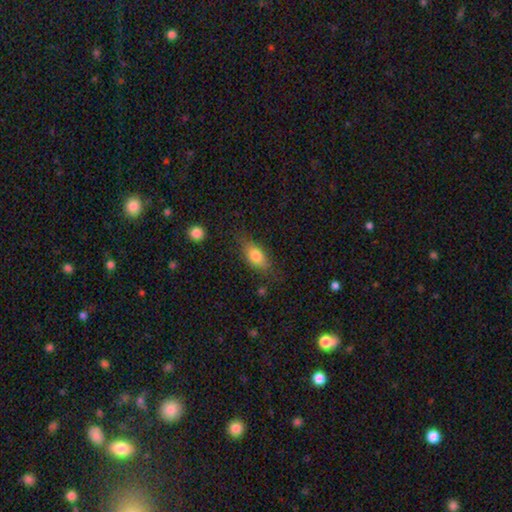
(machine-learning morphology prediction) This appears to be a smooth galaxy with no disk features (75%) that is in between round and cigar-shaped (80%). Merging: none (73%).